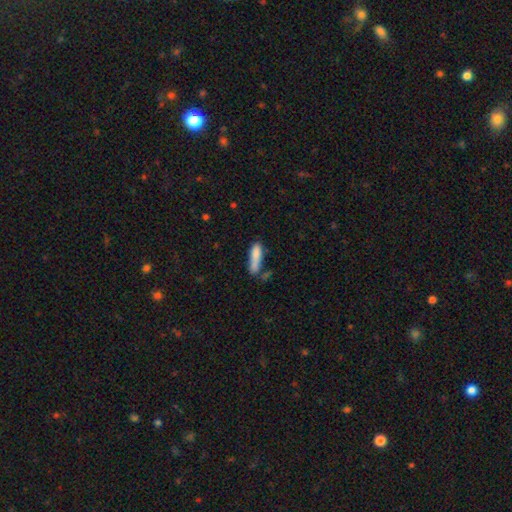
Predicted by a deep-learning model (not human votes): This is clearly a smooth galaxy (82%). How rounded: likely cigar-shaped (63%). Merging: possibly none (50%).